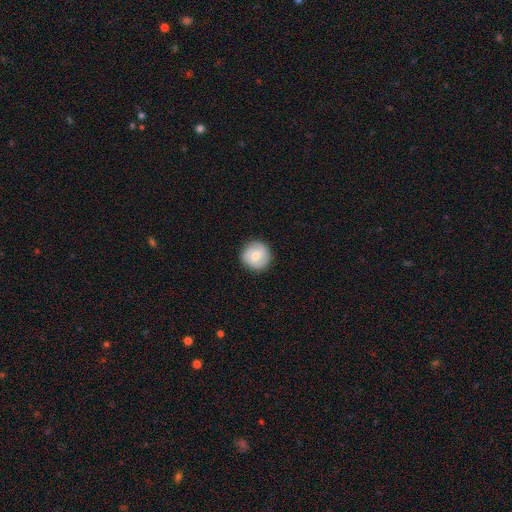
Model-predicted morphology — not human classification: smooth 61%, featured or disk 32%, star or artifact 7%. Down the decision tree: how rounded — round (94%); merging — none (88%).